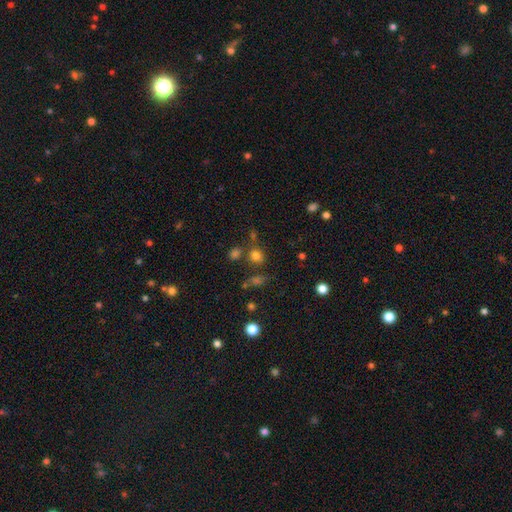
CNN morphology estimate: This is likely a smooth galaxy (75%). How rounded: likely round (68%). Merging: likely none (70%).